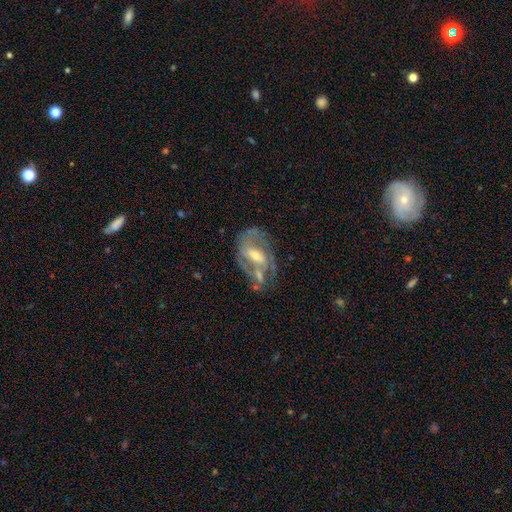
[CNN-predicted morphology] featured or disk 79%, smooth 14%, star or artifact 7%. Down the decision tree: edge-on disk — no (95%); bar — weak (41%); spiral arms — yes (77%); spiral arm count — 2 (51%); spiral winding — medium (43%); bulge size — small (48%); merging — none (45%).